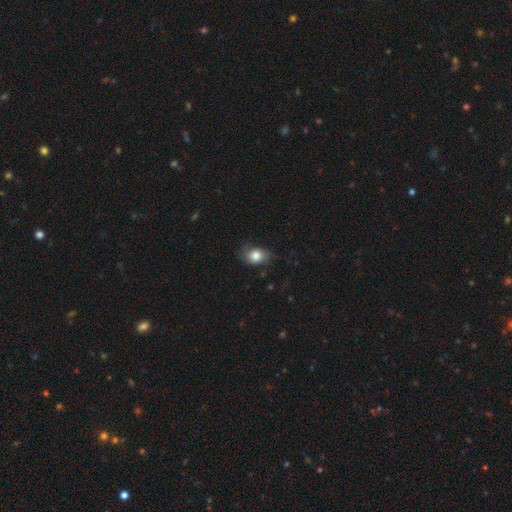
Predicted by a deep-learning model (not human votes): Smooth or featured?
  - smooth: 80% *
  - featured or disk: 11%
  - star or artifact: 9%
How rounded?
  - in between: 62% *
  - round: 37%
  - cigar-shaped: 1%
Merging?
  - none: 62% *
  - minor disturbance: 28%
  - major disturbance: 9%
  - merger: 1%